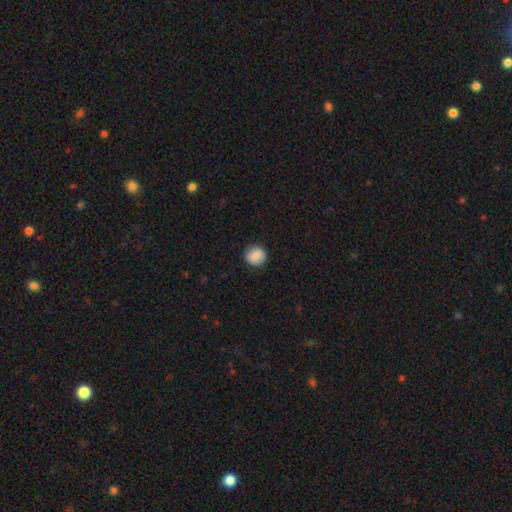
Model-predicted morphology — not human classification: This is clearly a smooth galaxy (88%). How rounded: clearly round (88%). Merging: clearly none (89%).